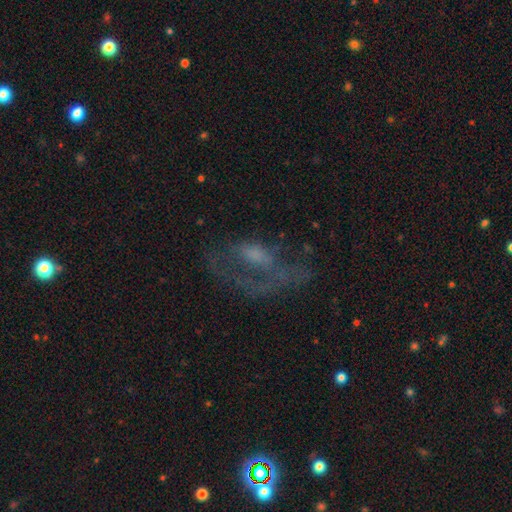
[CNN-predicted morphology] This is possibly a featured or disk galaxy (54%). It is clearly not viewed edge-on (94%). Bar: likely no (72%). Spiral arm pattern: likely no (64%). Central bulge: marginally none (35%). Merging: possibly major disturbance (50%).